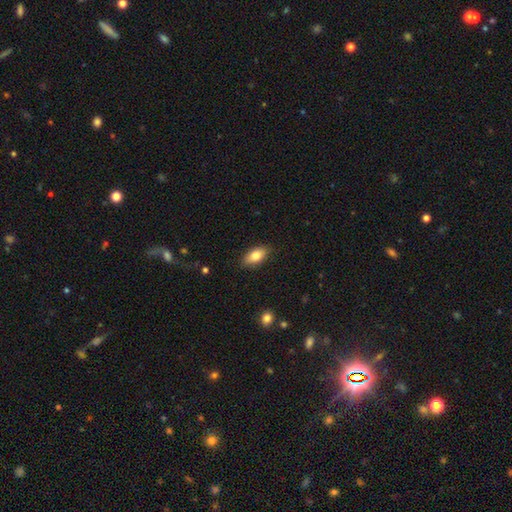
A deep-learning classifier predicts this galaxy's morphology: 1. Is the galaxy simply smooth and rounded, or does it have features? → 80% smooth, 13% featured or disk, 7% star or artifact.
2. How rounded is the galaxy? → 88% in between, 8% cigar-shaped, 4% round.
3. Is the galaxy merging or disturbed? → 86% none, 11% minor disturbance, 2% major disturbance, 1% merger.